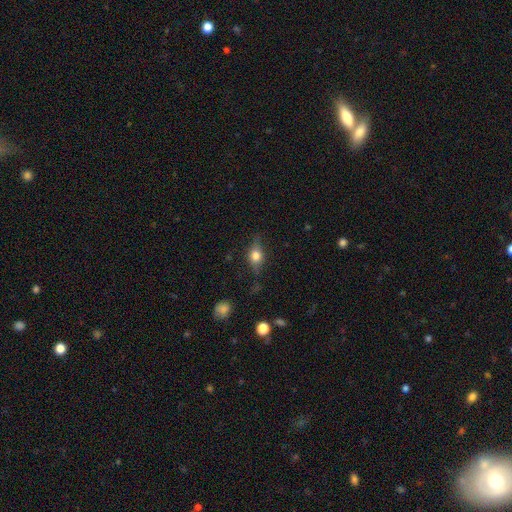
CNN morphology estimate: Smooth or featured? Predicted: smooth (p=0.59). How rounded? Predicted: in between (p=0.57). Merging? Predicted: none (p=0.73).